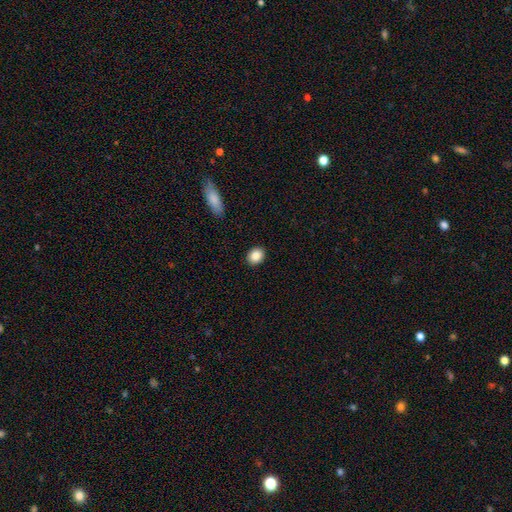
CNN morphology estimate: A smooth galaxy with no disk features (87%) that is round (52%).

Vote fractions:
- Smooth or featured? smooth: 87% / star or artifact: 8% / featured or disk: 5%
- How rounded? round: 52% / in between: 47% / cigar-shaped: 1%
- Merging? none: 91% / minor disturbance: 6% / major disturbance: 2% / merger: 1%